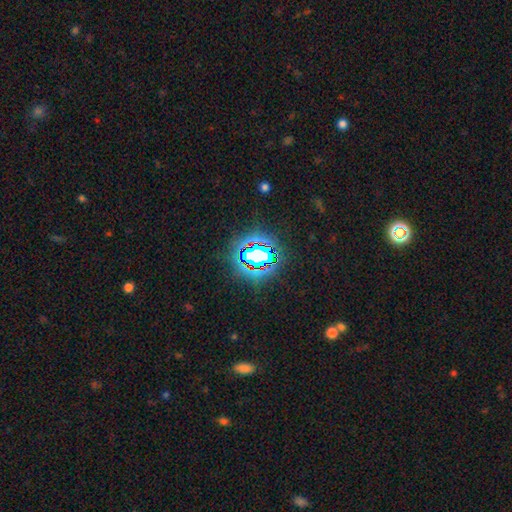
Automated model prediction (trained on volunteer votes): smooth_or_featured: star or artifact (p=0.70) [alt: smooth p=0.18]